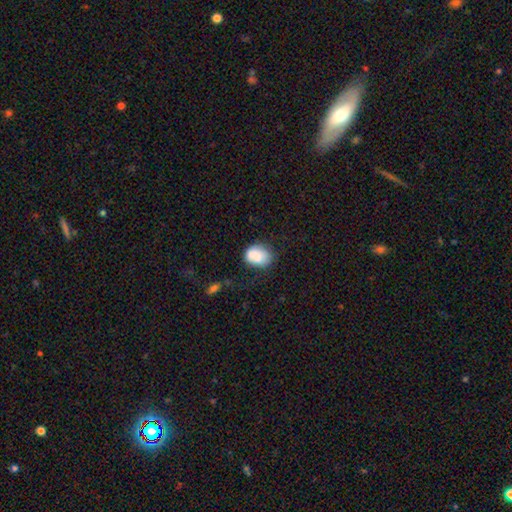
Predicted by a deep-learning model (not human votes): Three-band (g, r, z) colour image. It shows a smooth galaxy with no disk features (79%) that is in between round and cigar-shaped (59%). Merging: none (48%).